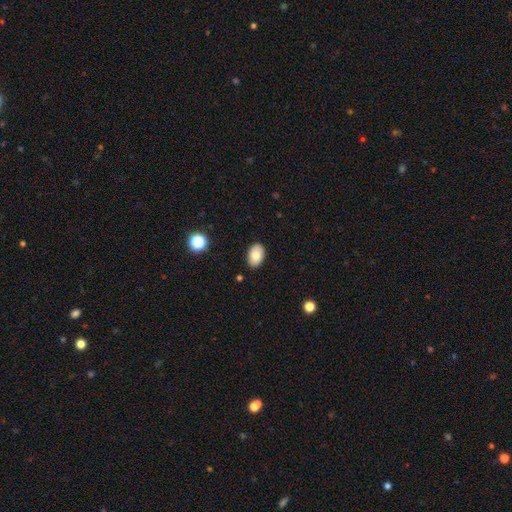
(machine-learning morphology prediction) Smooth or featured? smooth (81%)
How rounded? in between (89%)
Merging? none (87%)